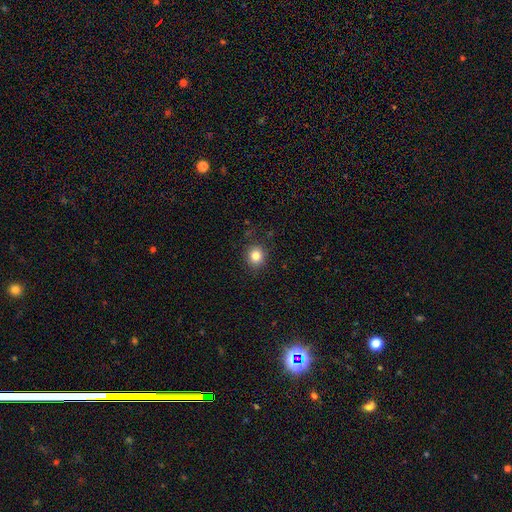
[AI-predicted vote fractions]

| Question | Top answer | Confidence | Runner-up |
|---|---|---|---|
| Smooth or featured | smooth | 84% | star or artifact (11%) |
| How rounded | round | 82% | in between (17%) |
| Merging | none | 86% | minor disturbance (10%) |